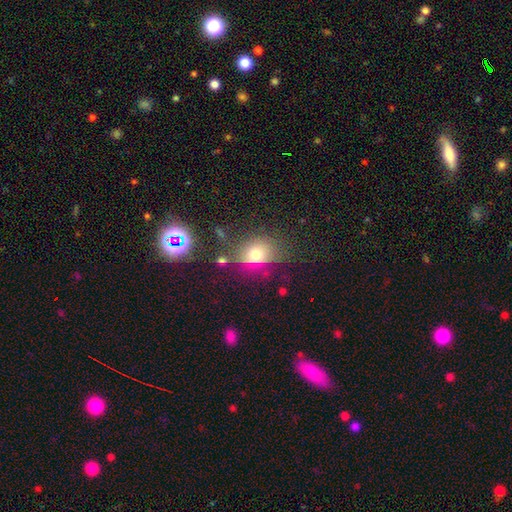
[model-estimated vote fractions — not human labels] smooth 65%, star or artifact 20%, featured or disk 14%. Down the decision tree: how rounded — round (54%); merging — none (65%).